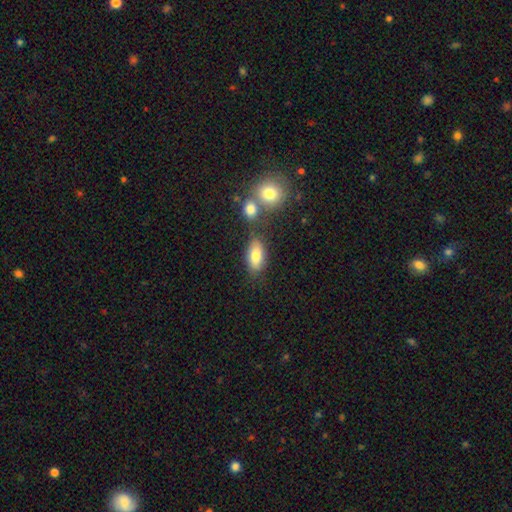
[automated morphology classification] This is clearly a smooth galaxy (81%). How rounded: clearly in between (88%). Merging: likely none (67%).